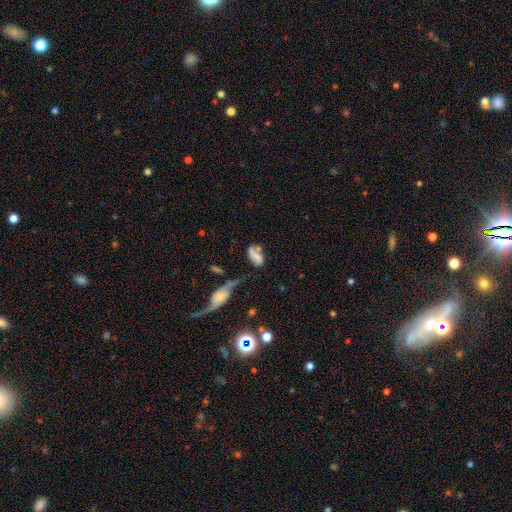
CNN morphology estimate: smooth 52%, featured or disk 36%, star or artifact 11%. Down the decision tree: how rounded — in between (88%); merging — none (32%).